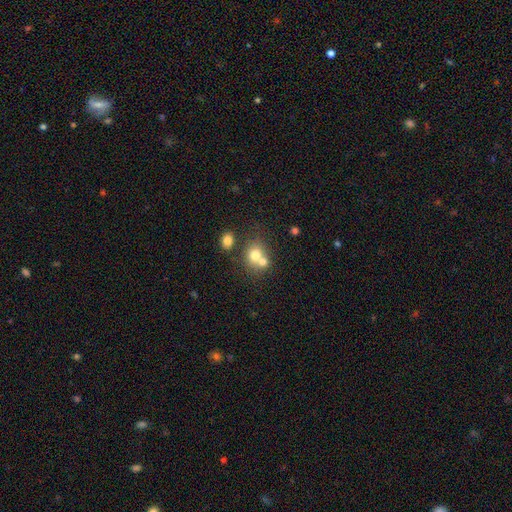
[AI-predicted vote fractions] Morphology: type=smooth (72%); roundness=round (71%); merging=merger (53%).